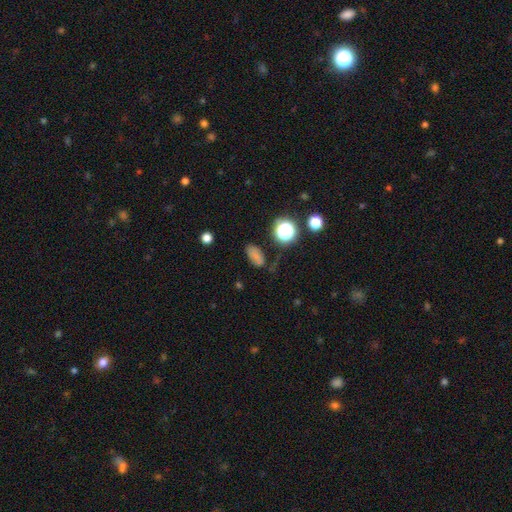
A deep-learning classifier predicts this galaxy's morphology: The model was most divided on "merging": none: 69%, minor disturbance: 19%, major disturbance: 7%, merger: 4%. More confident: how rounded — in between (86%); smooth or featured — smooth (73%).